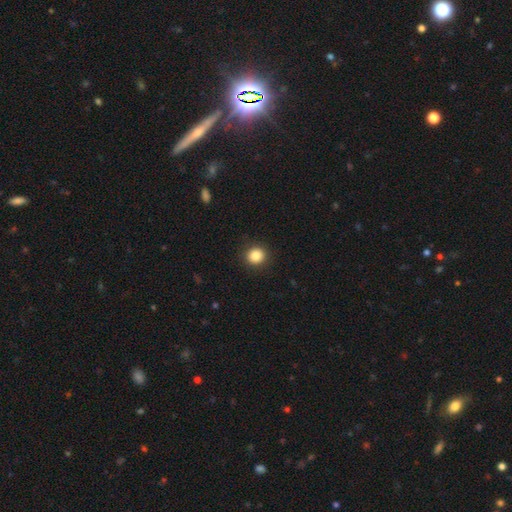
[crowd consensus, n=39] A smooth galaxy with no disk features (92%) that is round (92%). Merging: none (97%).